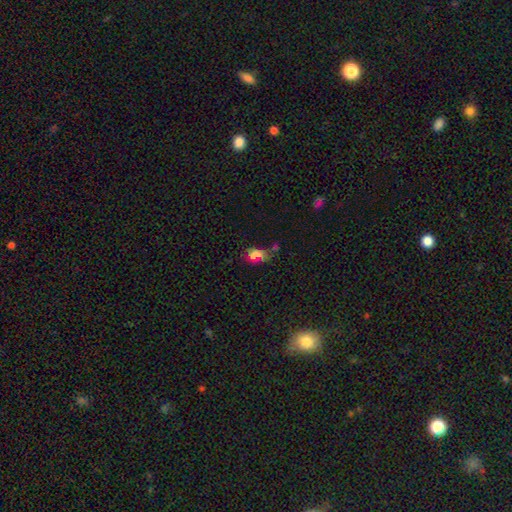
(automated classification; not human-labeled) Overall: smooth (64%). How rounded: in between (79%). Merging: none (45%; minor disturbance 23%).